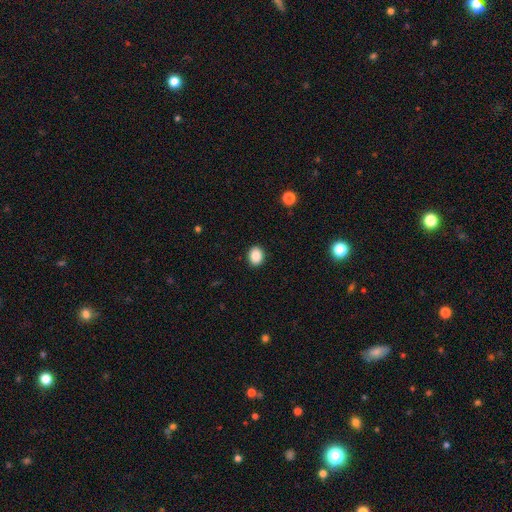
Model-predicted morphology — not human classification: Smooth or featured: smooth — 86% (star or artifact — 9%)
How rounded: in between — 56% (round — 43%)
Merging: none — 91% (minor disturbance — 6%)